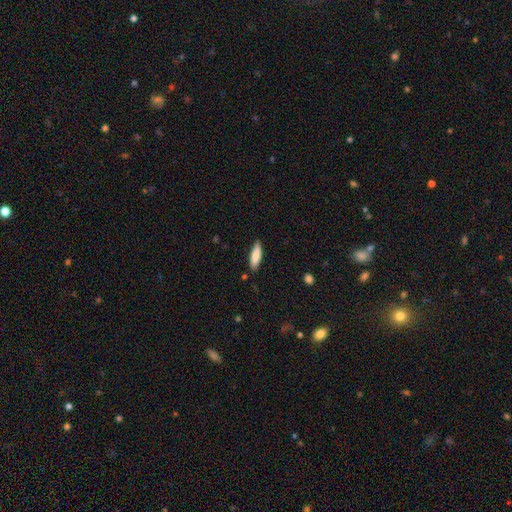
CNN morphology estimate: Smooth or featured? smooth (83%)
How rounded? cigar-shaped (59%)
Merging? none (86%)